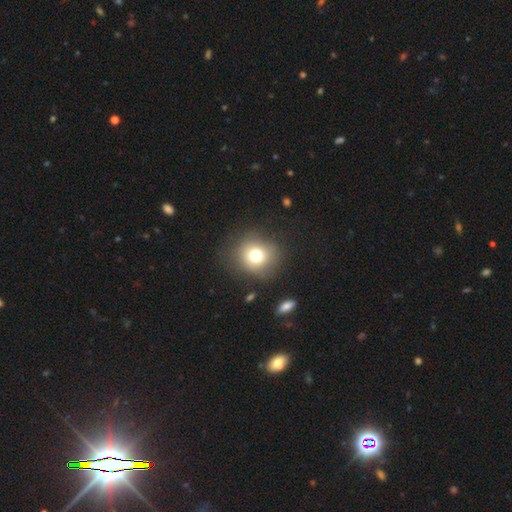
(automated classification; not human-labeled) smooth_or_featured: smooth (p=0.74) [alt: star or artifact p=0.13]
how_rounded: round (p=0.84) [alt: in between p=0.15]
merging: none (p=0.79) [alt: minor disturbance p=0.13]